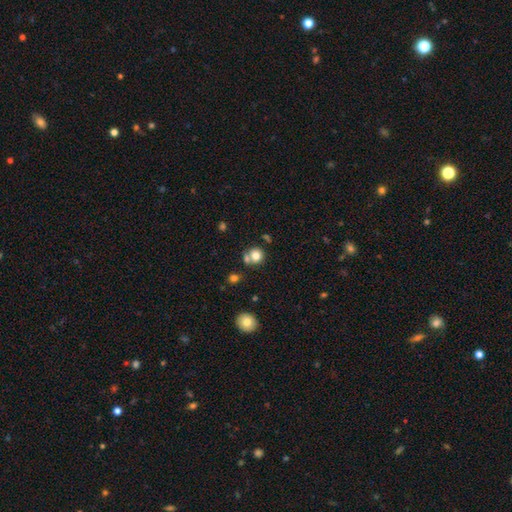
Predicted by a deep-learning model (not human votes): A smooth galaxy with no disk features (78%) that is round (86%).

Vote fractions:
- Smooth or featured? smooth: 78% / star or artifact: 11% / featured or disk: 11%
- How rounded? round: 86% / in between: 14% / cigar-shaped: 1%
- Merging? none: 56% / merger: 30% / minor disturbance: 10% / major disturbance: 4%